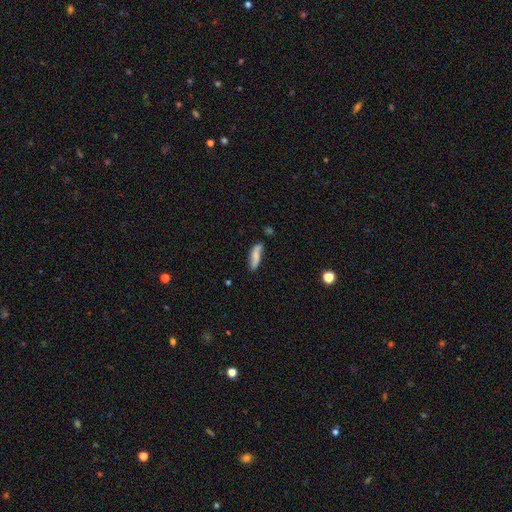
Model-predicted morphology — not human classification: Smooth or featured?
  - smooth: 68% *
  - featured or disk: 25%
  - star or artifact: 7%
How rounded?
  - cigar-shaped: 59% *
  - in between: 39%
  - round: 2%
Merging?
  - none: 65% *
  - minor disturbance: 24%
  - major disturbance: 6%
  - merger: 5%